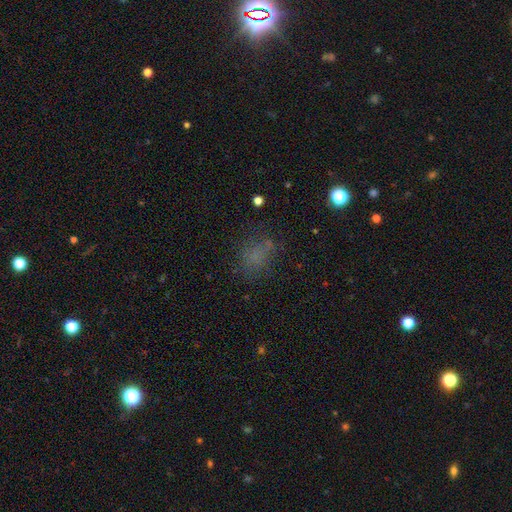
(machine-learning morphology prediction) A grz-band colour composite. It shows a smooth galaxy with no disk features (64%) that is in between round and cigar-shaped (56%). Merging: none (65%).